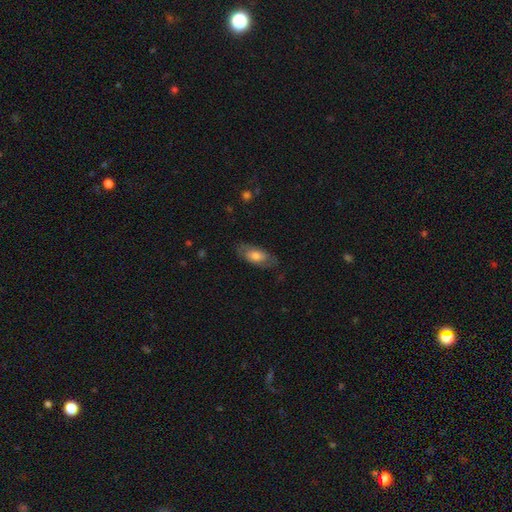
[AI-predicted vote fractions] smooth 57%, featured or disk 37%, star or artifact 6%. Down the decision tree: how rounded — in between (87%); merging — none (73%).